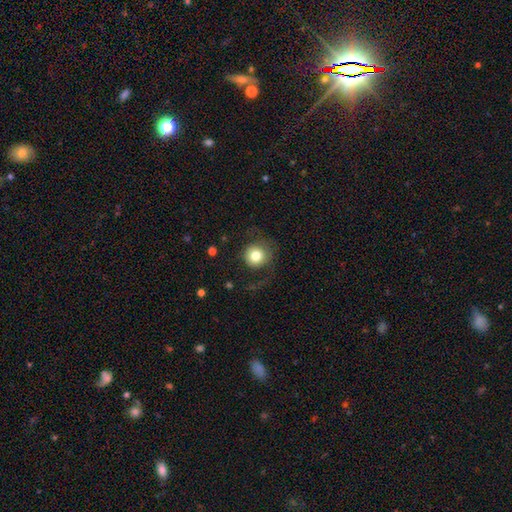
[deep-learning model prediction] smooth 78%, featured or disk 13%, star or artifact 10%. Down the decision tree: how rounded — round (93%); merging — none (66%).